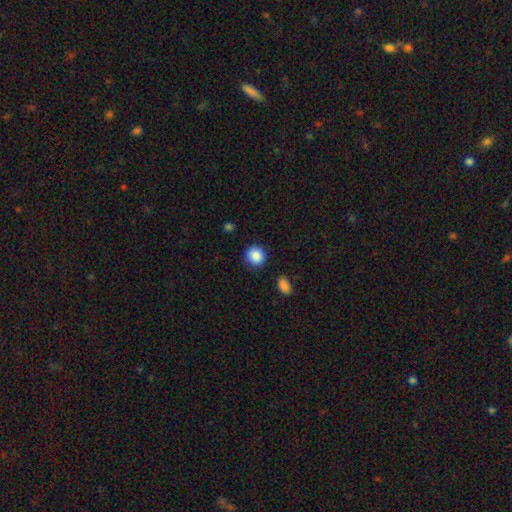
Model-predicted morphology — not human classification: Smooth or featured? smooth (89%)
How rounded? round (89%)
Merging? none (87%)